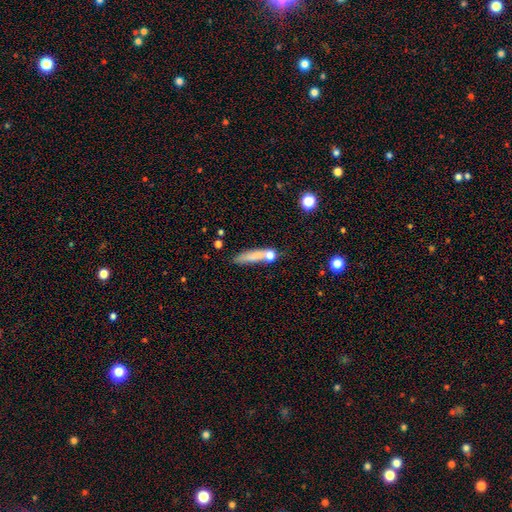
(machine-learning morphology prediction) Smooth or featured?
  - smooth: 70% *
  - featured or disk: 20%
  - star or artifact: 11%
How rounded?
  - cigar-shaped: 77% *
  - in between: 18%
  - round: 5%
Merging?
  - none: 58% *
  - minor disturbance: 17%
  - merger: 16%
  - major disturbance: 8%